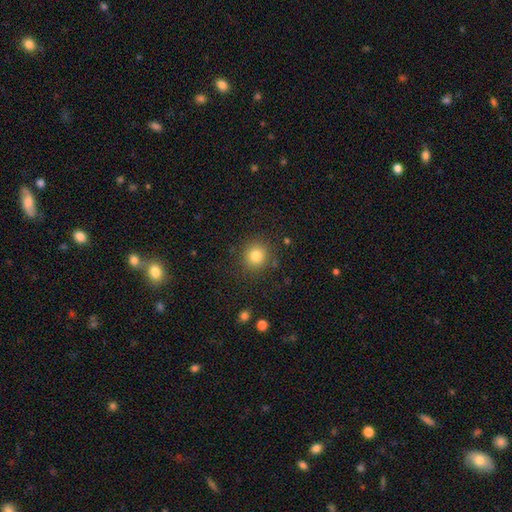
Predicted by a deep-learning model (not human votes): Morphology: type=smooth (81%); roundness=round (90%); merging=none (87%).